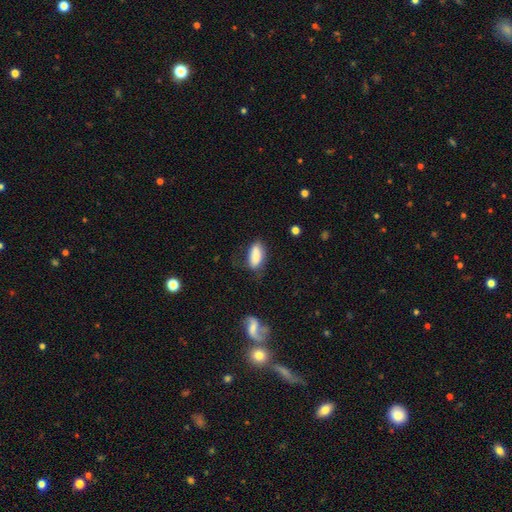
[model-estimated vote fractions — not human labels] This appears to be a smooth galaxy with no disk features (83%) that is in between round and cigar-shaped (86%). Merging: none (52%).